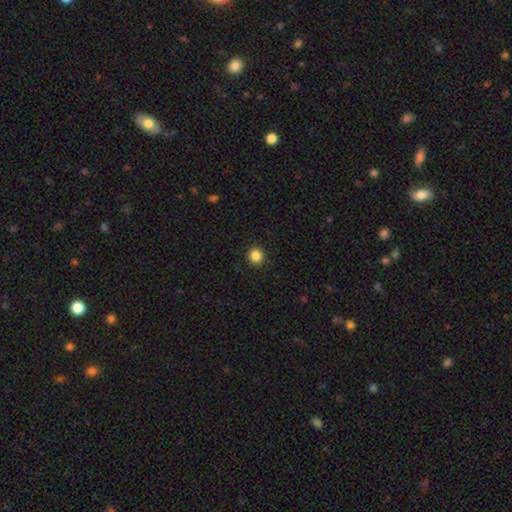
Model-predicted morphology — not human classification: This appears to be a smooth galaxy with no disk features (86%) that is round (89%). Merging: none (92%).